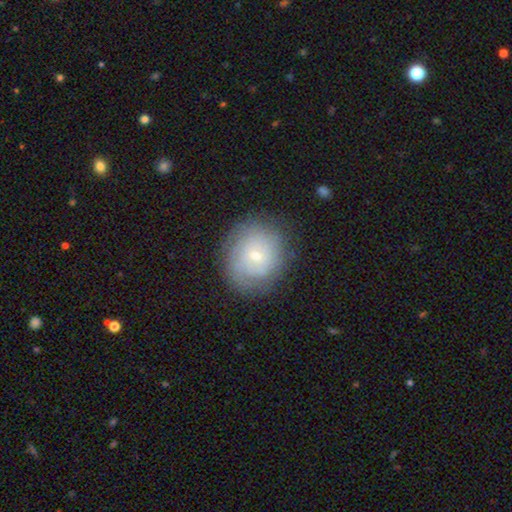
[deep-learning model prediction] Smooth or featured: smooth — 49% (featured or disk — 41%)
Merging: none — 79% (minor disturbance — 14%)